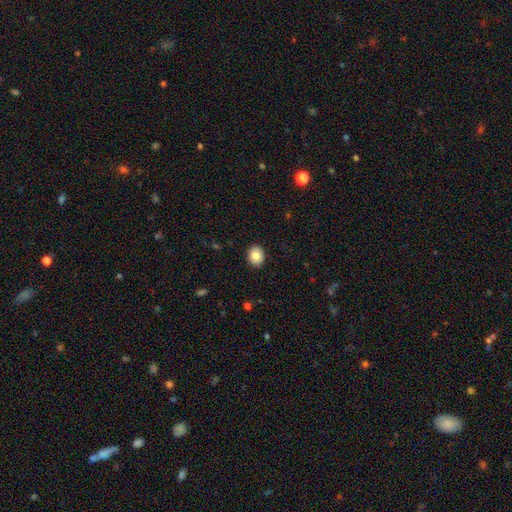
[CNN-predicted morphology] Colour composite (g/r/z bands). It shows a smooth galaxy with no disk features (84%) that is round (53%). Merging: none (91%).